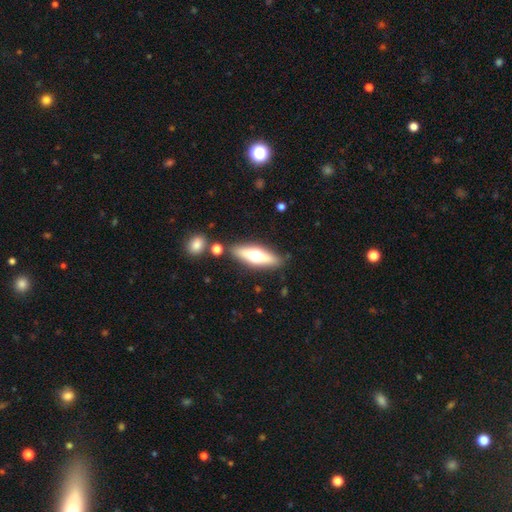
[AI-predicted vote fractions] smooth_or_featured: featured or disk (p=0.51) [alt: smooth p=0.42]
disk_edge_on: yes (p=0.88) [alt: no p=0.12]
merging: none (p=0.83) [alt: minor disturbance p=0.10]